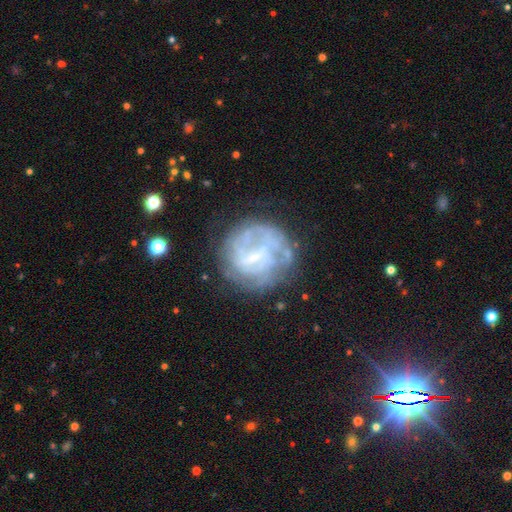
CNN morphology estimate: Smooth or featured? featured or disk (67%)
Edge-on disk? no (98%)
Bar? weak (44%)
Spiral arms? yes (52%)
Bulge size? small (42%)
Merging? none (62%)